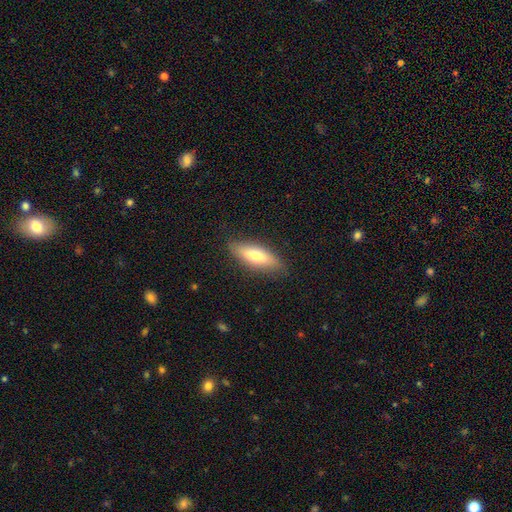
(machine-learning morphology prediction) Smooth or featured: smooth — 69% (featured or disk — 25%)
How rounded: in between — 53% (cigar-shaped — 45%)
Merging: none — 85% (minor disturbance — 12%)